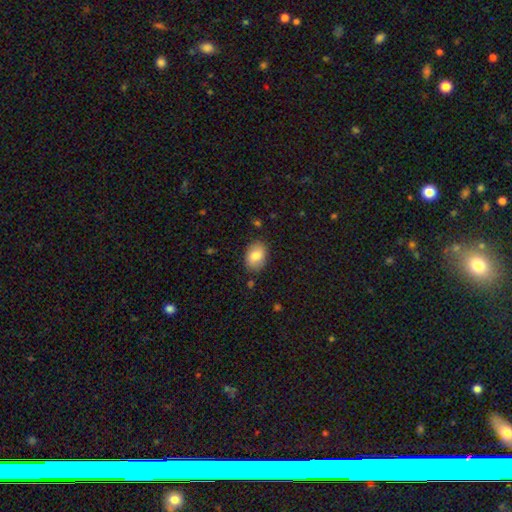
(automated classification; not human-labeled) smooth 82%, featured or disk 11%, star or artifact 7%. Down the decision tree: how rounded — in between (82%); merging — none (85%).